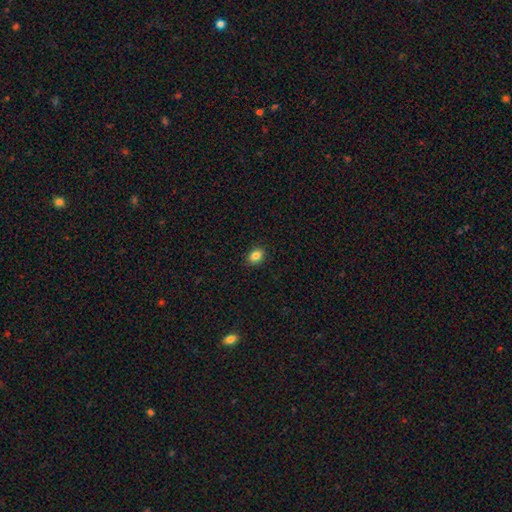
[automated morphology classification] This appears to be a smooth galaxy with no disk features (85%) that is in between round and cigar-shaped (66%). Merging: none (89%).